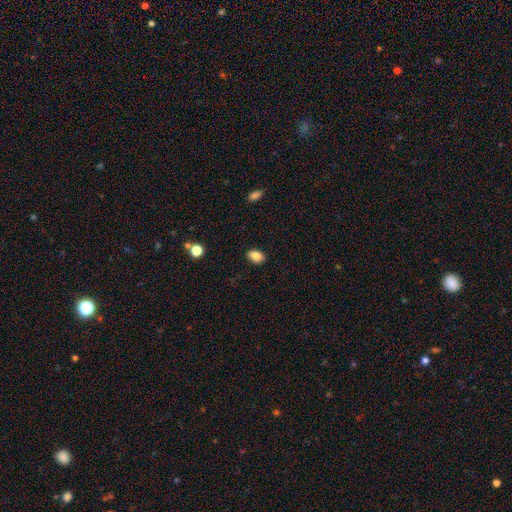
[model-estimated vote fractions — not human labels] Smooth or featured: smooth — 83% (star or artifact — 9%)
How rounded: in between — 84% (round — 14%)
Merging: none — 87% (minor disturbance — 10%)